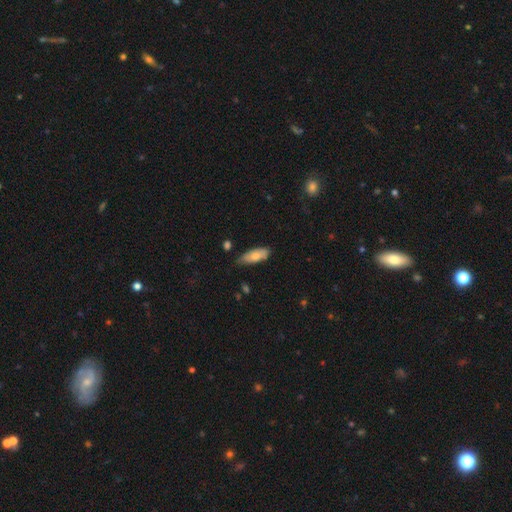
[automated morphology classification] A smooth galaxy with no disk features (73%) that is in between round and cigar-shaped (79%). Merging: none (69%).